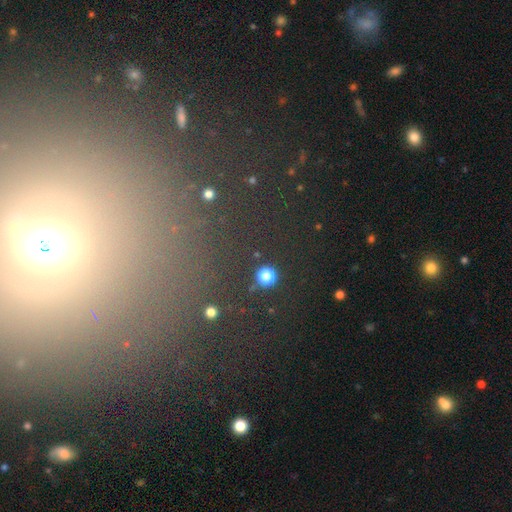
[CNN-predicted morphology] type=star or artifact (54%).